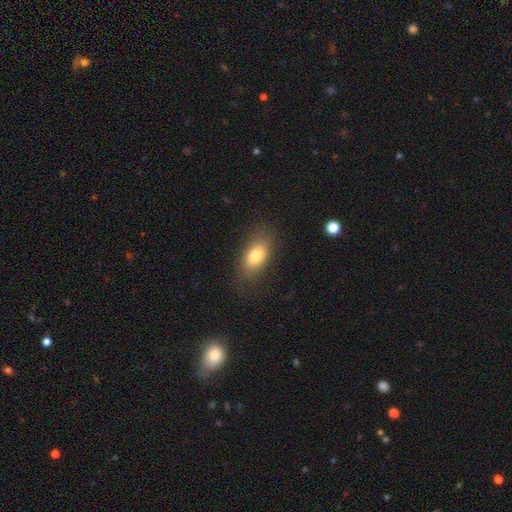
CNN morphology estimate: type=smooth (79%); roundness=in between (87%); merging=none (81%).